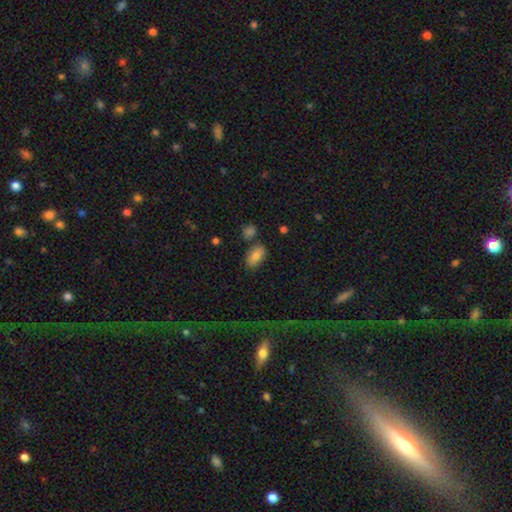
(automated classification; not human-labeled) Overall: smooth (81%). How rounded: in between (91%). Merging: none (74%).